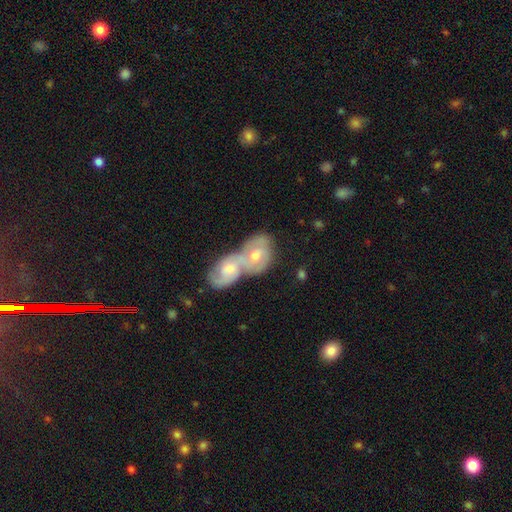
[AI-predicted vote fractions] This is possibly a featured or disk galaxy (55%). It is clearly not viewed edge-on (94%). Bar: likely no (63%). Spiral arm pattern: likely yes (72%). Central bulge: likely moderate (61%). Merging: likely merger (79%).